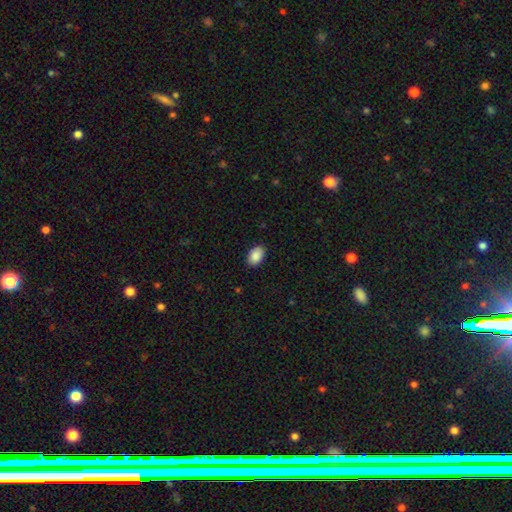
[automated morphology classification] Smooth or featured: smooth — 90% (star or artifact — 7%)
How rounded: in between — 89% (round — 10%)
Merging: none — 88% (minor disturbance — 9%)